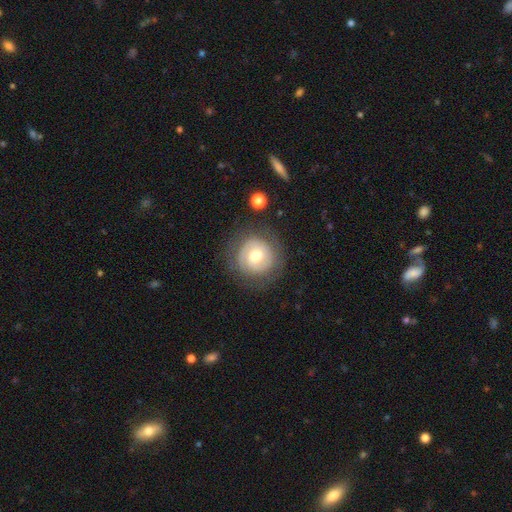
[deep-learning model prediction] Smooth or featured?
  - featured or disk: 60% *
  - smooth: 33%
  - star or artifact: 7%
Edge-on disk?
  - no: 98% *
  - yes: 2%
Bar?
  - no: 58% *
  - weak: 34%
  - strong: 8%
Spiral arms?
  - yes: 79% *
  - no: 21%
Bulge size?
  - moderate: 71% *
  - small: 16%
  - large: 11%
  - dominant: 1%
  - none: 1%
Merging?
  - none: 78% *
  - minor disturbance: 14%
  - major disturbance: 7%
  - merger: 2%